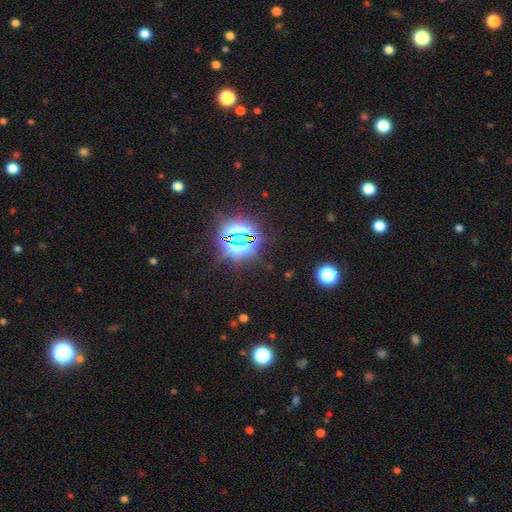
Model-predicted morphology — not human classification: Smooth or featured? star or artifact (81%)